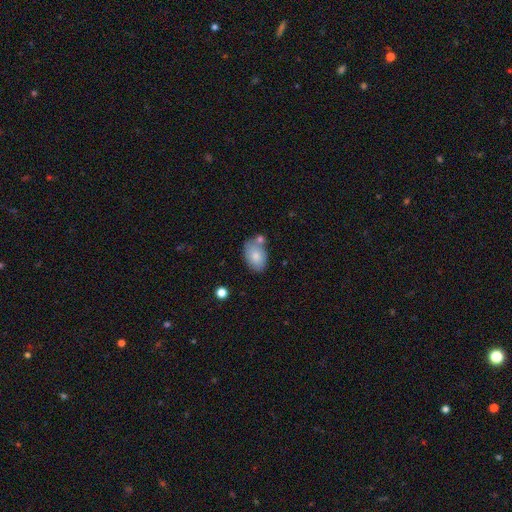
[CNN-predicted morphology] smooth-or-featured: smooth: 81% | featured or disk: 12% | star or artifact: 7%
  how-rounded: in between: 89% | round: 10% | cigar-shaped: 1%
  merging: none: 65% | minor disturbance: 17% | merger: 14% | major disturbance: 4%